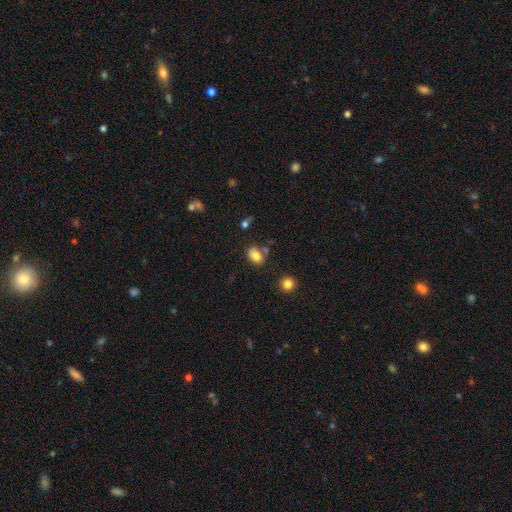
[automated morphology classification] Smooth or featured: smooth — 80% (star or artifact — 10%)
How rounded: in between — 79% (round — 20%)
Merging: none — 65% (minor disturbance — 16%)